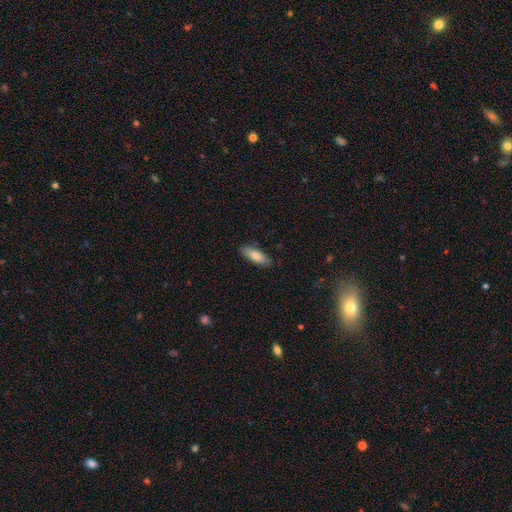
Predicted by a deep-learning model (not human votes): smooth 79%, featured or disk 15%, star or artifact 6%. Down the decision tree: how rounded — in between (66%); merging — none (86%).